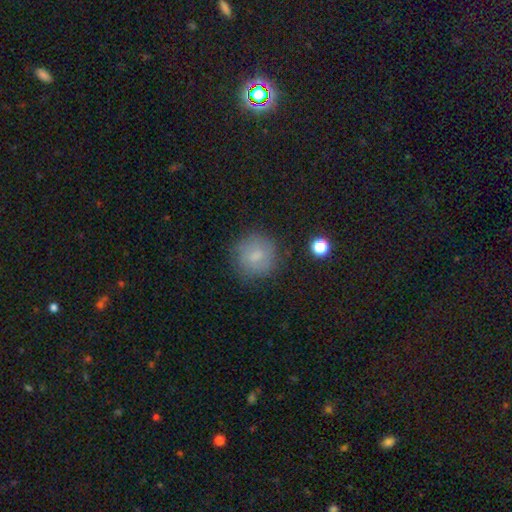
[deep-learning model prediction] Morphology: type=smooth (72%); roundness=round (93%); merging=none (80%).